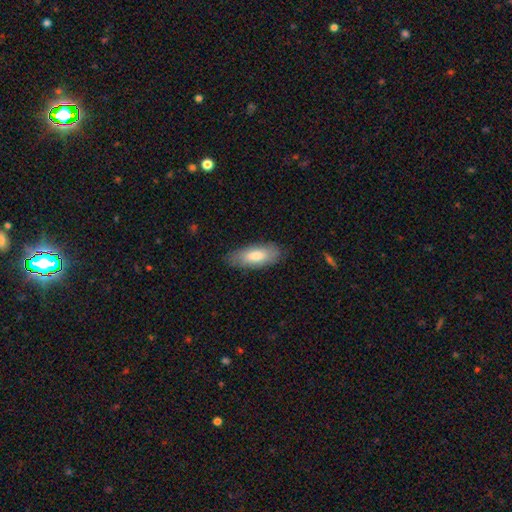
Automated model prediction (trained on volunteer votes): smooth-or-featured: smooth: 79% | featured or disk: 15% | star or artifact: 6%
  how-rounded: in between: 75% | cigar-shaped: 23% | round: 2%
  merging: none: 83% | minor disturbance: 13% | major disturbance: 3% | merger: 1%